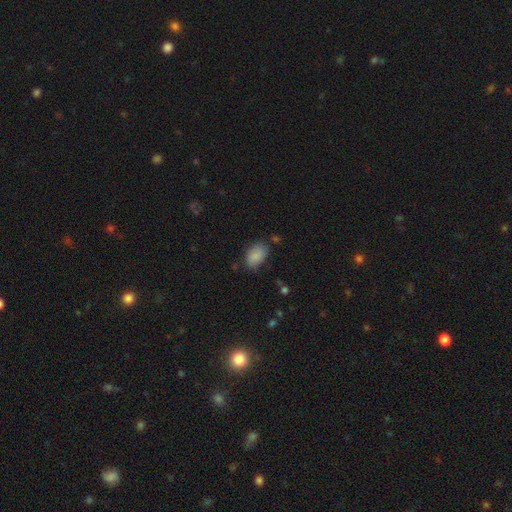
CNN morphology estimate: The model was most divided on "merging": none: 75%, minor disturbance: 18%, major disturbance: 4%, merger: 3%. More confident: how rounded — in between (89%); smooth or featured — smooth (88%).